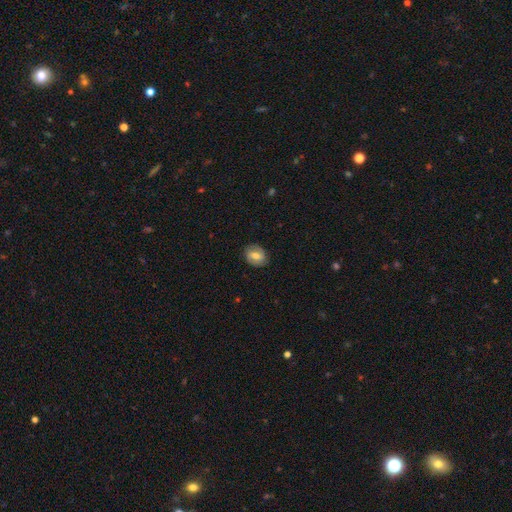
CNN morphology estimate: A smooth galaxy with no disk features (52%) that is in between round and cigar-shaped (53%).

Vote fractions:
- Smooth or featured? smooth: 52% / featured or disk: 40% / star or artifact: 8%
- How rounded? in between: 53% / round: 45% / cigar-shaped: 1%
- Merging? none: 84% / minor disturbance: 12% / major disturbance: 3% / merger: 1%